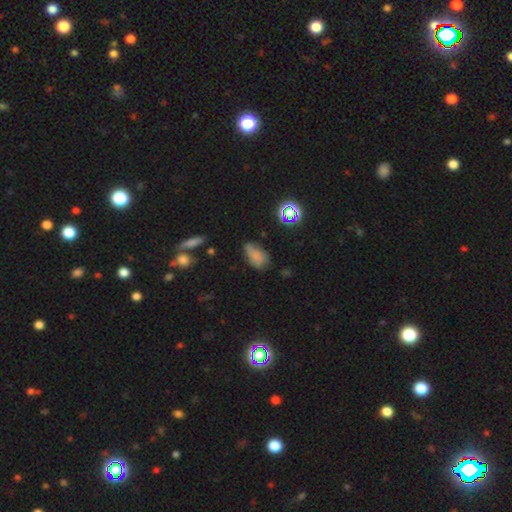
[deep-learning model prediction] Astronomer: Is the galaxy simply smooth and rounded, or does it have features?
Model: smooth — 65%.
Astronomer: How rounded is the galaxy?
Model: in between — 88%.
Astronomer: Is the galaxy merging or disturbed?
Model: none — 48% (runner-up: minor disturbance, 34%).